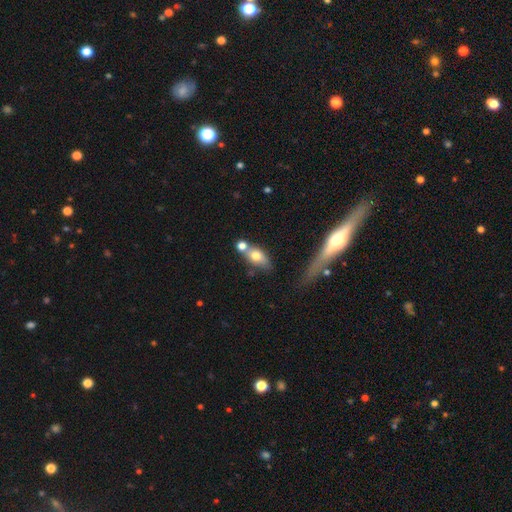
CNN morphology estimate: Q: Smooth or featured?
A: smooth (68%); runner-up: featured or disk (23%)
Q: How rounded?
A: in between (69%); runner-up: round (16%)
Q: Merging?
A: none (43%); runner-up: merger (36%)